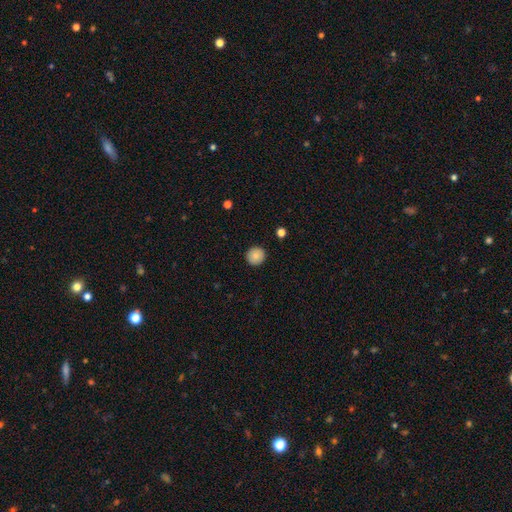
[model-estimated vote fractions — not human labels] Smooth or featured: smooth — 81% (featured or disk — 10%)
How rounded: round — 94% (in between — 5%)
Merging: none — 91% (minor disturbance — 6%)